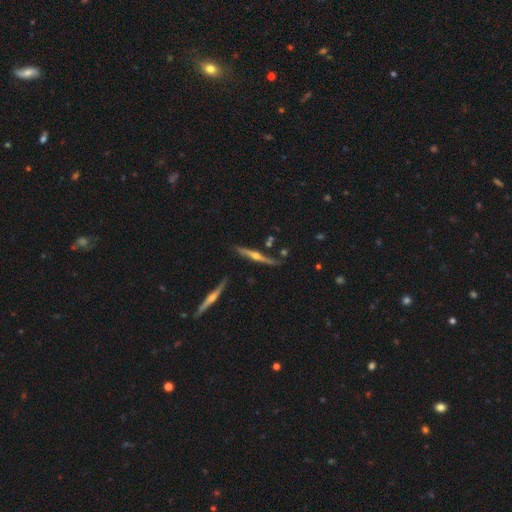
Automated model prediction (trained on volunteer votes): smooth_or_featured: featured or disk (p=0.77) [alt: smooth p=0.17]
disk_edge_on: yes (p=0.97) [alt: no p=0.03]
edge_on_bulge: rounded (p=0.91) [alt: none p=0.06]
merging: none (p=0.81) [alt: minor disturbance p=0.12]